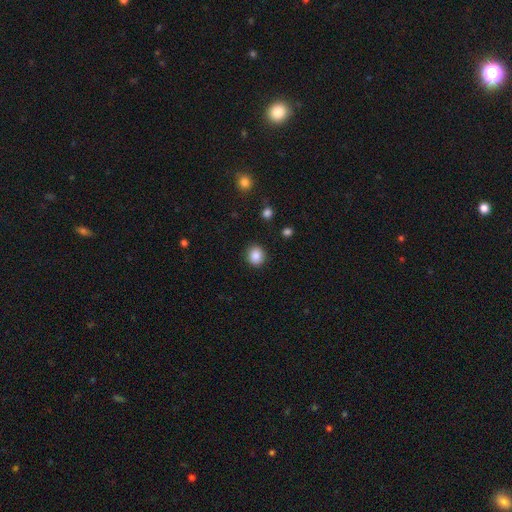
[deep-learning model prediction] Morphology: type=smooth (88%); roundness=round (78%); merging=none (89%).